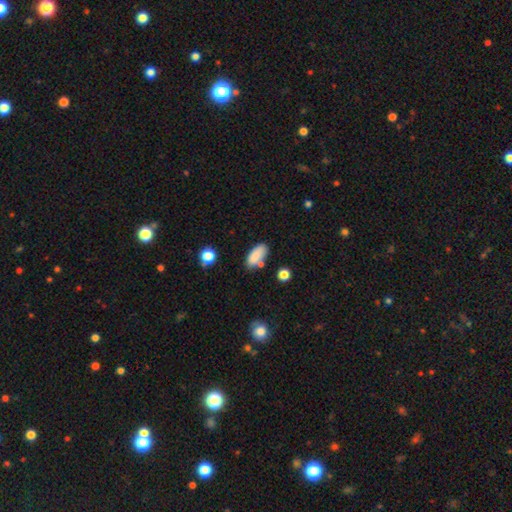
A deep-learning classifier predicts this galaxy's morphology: Smooth or featured: smooth — 85% (star or artifact — 8%)
How rounded: in between — 85% (cigar-shaped — 12%)
Merging: none — 69% (minor disturbance — 17%)